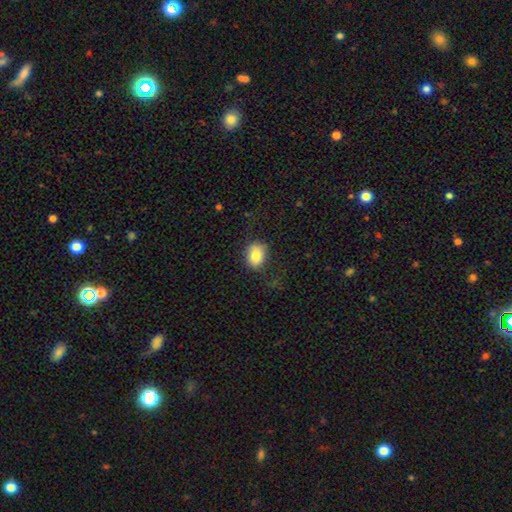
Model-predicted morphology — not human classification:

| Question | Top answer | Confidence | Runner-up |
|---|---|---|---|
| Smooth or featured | smooth | 82% | featured or disk (9%) |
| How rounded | in between | 57% | round (42%) |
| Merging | none | 73% | minor disturbance (18%) |